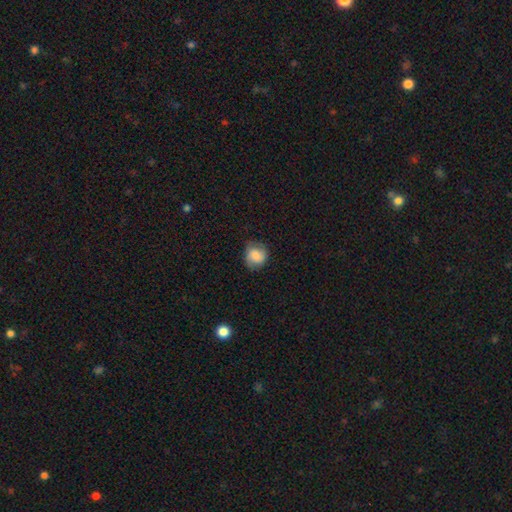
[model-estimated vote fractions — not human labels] A smooth galaxy with no disk features (74%) that is round (78%). Merging: none (72%).